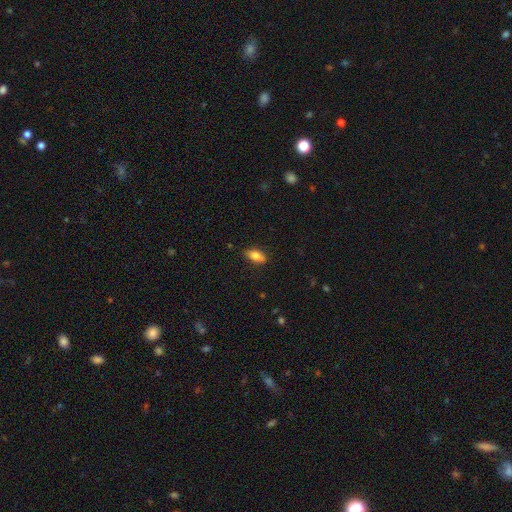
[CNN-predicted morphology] A smooth galaxy with no disk features (81%) that is in between round and cigar-shaped (86%).

Vote fractions:
- Smooth or featured? smooth: 81% / featured or disk: 12% / star or artifact: 7%
- How rounded? in between: 86% / cigar-shaped: 11% / round: 3%
- Merging? none: 85% / minor disturbance: 12% / major disturbance: 2% / merger: 1%